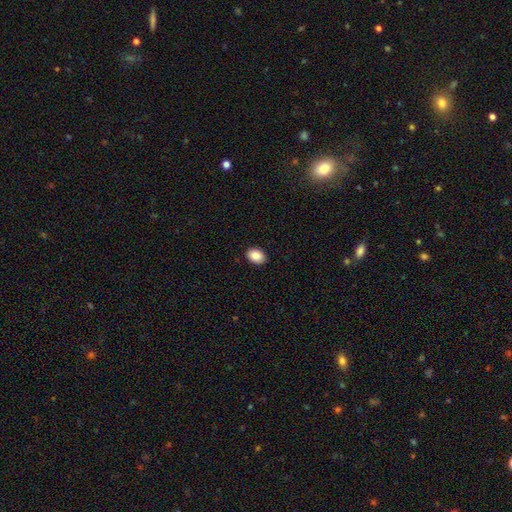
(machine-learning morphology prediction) type=smooth (87%); roundness=in between (70%); merging=none (91%).